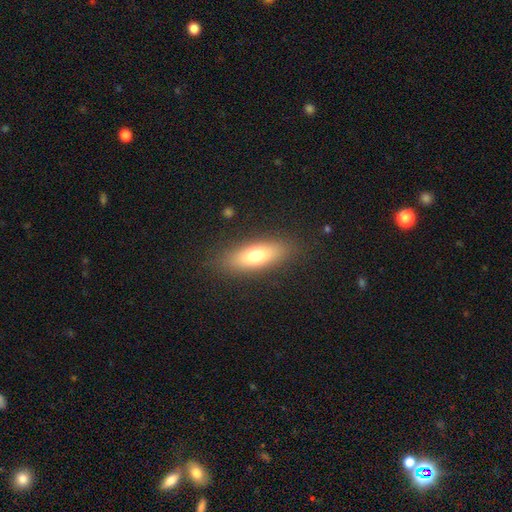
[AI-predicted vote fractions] smooth-or-featured: smooth: 70% | featured or disk: 22% | star or artifact: 8%
  how-rounded: in between: 62% | cigar-shaped: 35% | round: 3%
  merging: none: 86% | minor disturbance: 10% | major disturbance: 3% | merger: 1%